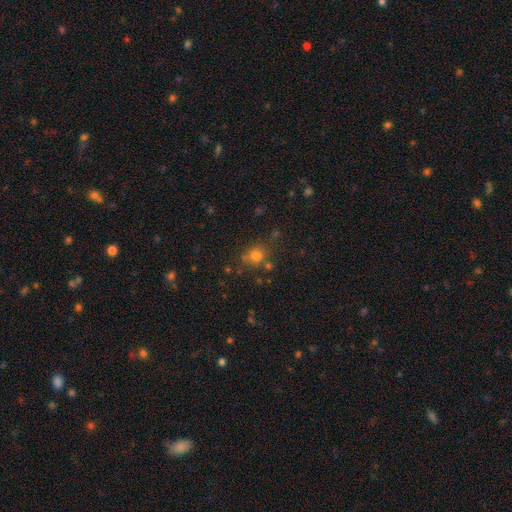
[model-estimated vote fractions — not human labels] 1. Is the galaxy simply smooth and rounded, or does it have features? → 74% smooth, 17% star or artifact, 8% featured or disk.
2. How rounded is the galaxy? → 71% round, 28% in between, 1% cigar-shaped.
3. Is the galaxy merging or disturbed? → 67% none, 16% minor disturbance, 11% merger, 6% major disturbance.